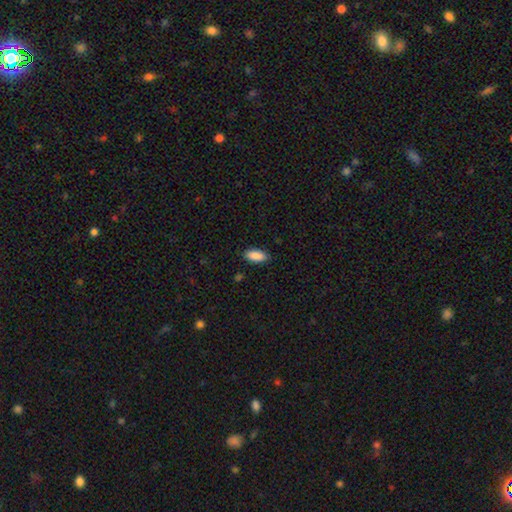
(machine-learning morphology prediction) Smooth or featured? smooth (89%)
How rounded? in between (88%)
Merging? none (86%)